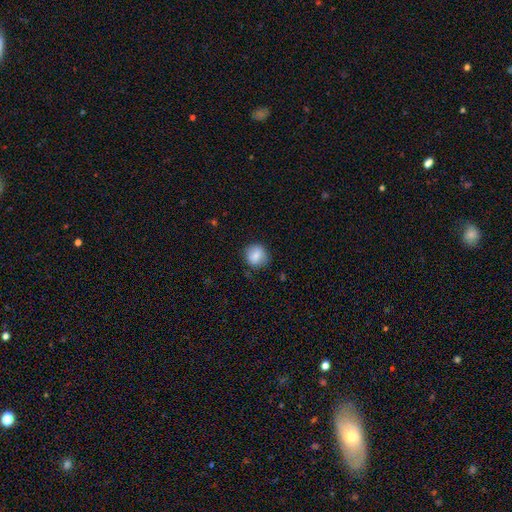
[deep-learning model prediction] The model was most divided on "smooth or featured": smooth: 78%, featured or disk: 14%, star or artifact: 8%. More confident: how rounded — round (83%); merging — none (79%).